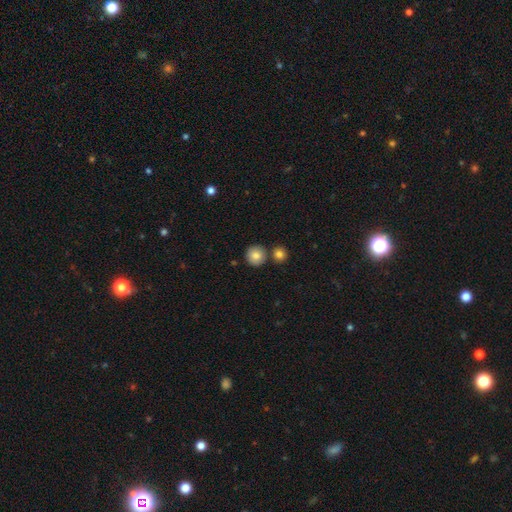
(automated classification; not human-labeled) This appears to be a smooth galaxy with no disk features (84%) that is round (93%). Merging: none (78%).